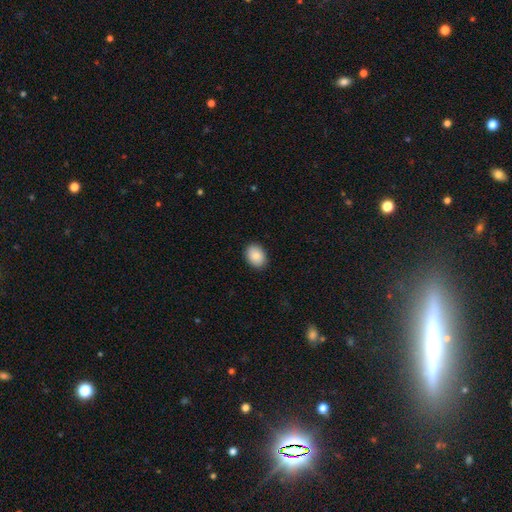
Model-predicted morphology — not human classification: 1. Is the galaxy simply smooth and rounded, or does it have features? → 87% smooth, 7% star or artifact, 6% featured or disk.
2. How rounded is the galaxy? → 72% in between, 28% round, 1% cigar-shaped.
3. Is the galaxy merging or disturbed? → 90% none, 8% minor disturbance, 2% major disturbance, 1% merger.